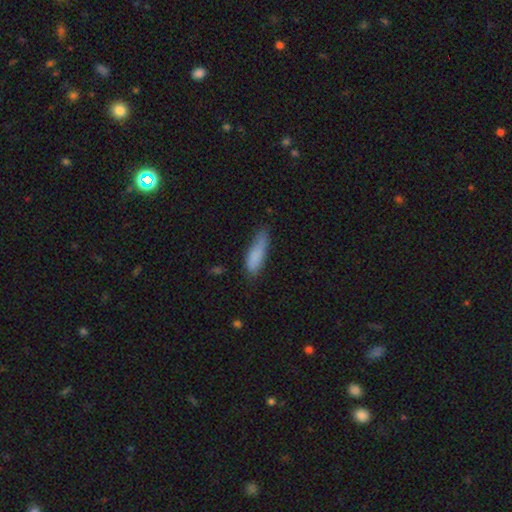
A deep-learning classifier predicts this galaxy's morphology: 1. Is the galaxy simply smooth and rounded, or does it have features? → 83% smooth, 10% featured or disk, 7% star or artifact.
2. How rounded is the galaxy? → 60% cigar-shaped, 38% in between, 2% round.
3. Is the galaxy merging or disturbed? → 56% none, 33% minor disturbance, 9% major disturbance, 3% merger.